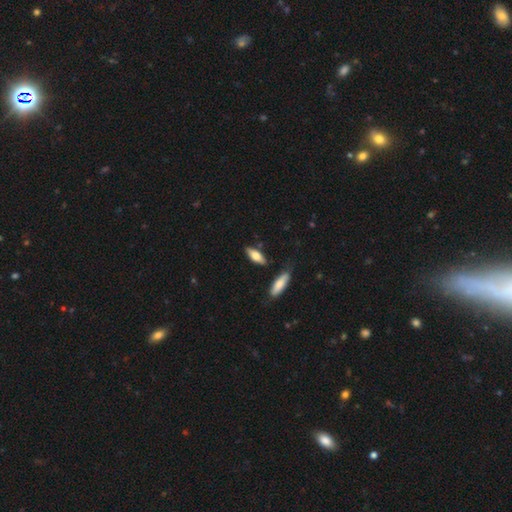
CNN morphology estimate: A smooth galaxy with no disk features (69%) that is in between round and cigar-shaped (65%). Merging: none (79%).